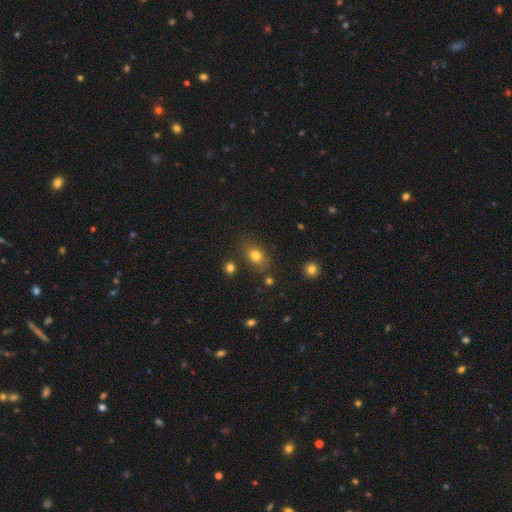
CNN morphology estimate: Q: Smooth or featured?
A: smooth (79%); runner-up: star or artifact (13%)
Q: How rounded?
A: in between (61%); runner-up: round (37%)
Q: Merging?
A: none (76%); runner-up: minor disturbance (14%)